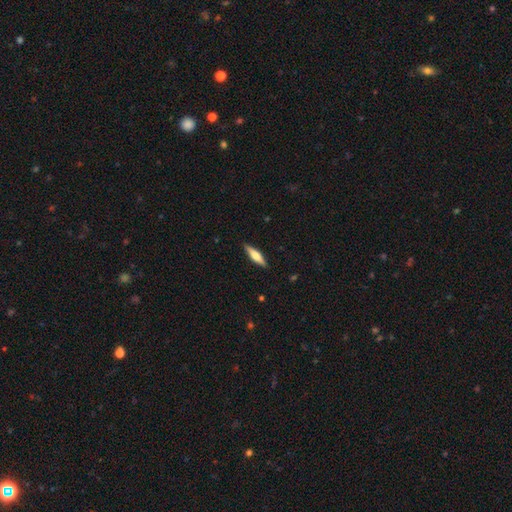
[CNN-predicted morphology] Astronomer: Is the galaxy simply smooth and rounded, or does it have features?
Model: smooth — 48% (runner-up: featured or disk, 46%).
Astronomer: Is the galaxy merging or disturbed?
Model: none — 89%.